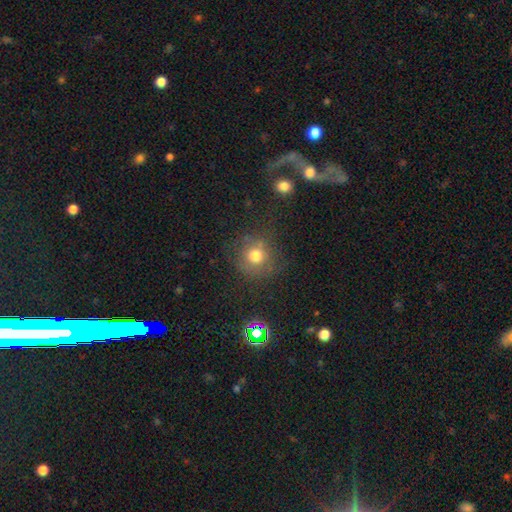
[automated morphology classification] Q: Smooth or featured?
A: smooth (71%); runner-up: star or artifact (17%)
Q: How rounded?
A: round (90%); runner-up: in between (9%)
Q: Merging?
A: none (74%); runner-up: minor disturbance (15%)